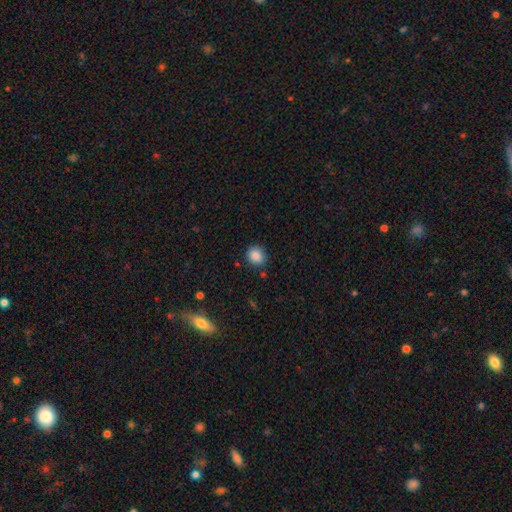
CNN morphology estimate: Smooth or featured? smooth (87%)
How rounded? round (76%)
Merging? none (86%)